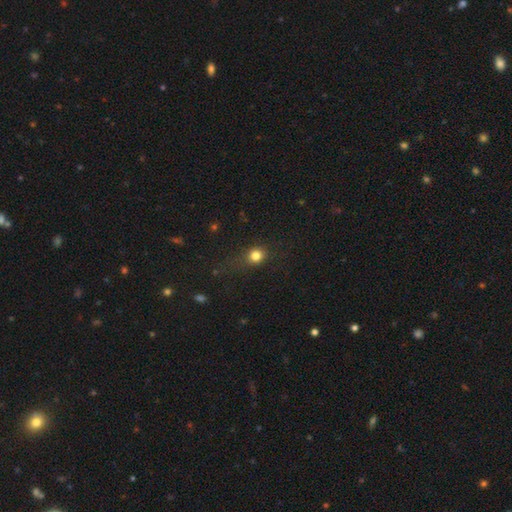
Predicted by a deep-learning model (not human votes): smooth_or_featured: smooth (p=0.79) [alt: star or artifact p=0.14]
how_rounded: round (p=0.81) [alt: in between p=0.17]
merging: none (p=0.71) [alt: minor disturbance p=0.17]